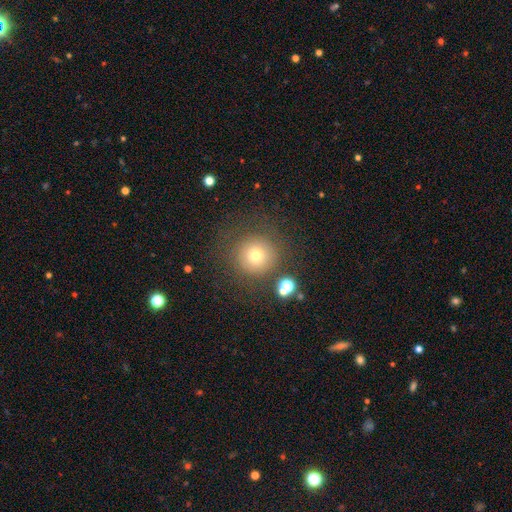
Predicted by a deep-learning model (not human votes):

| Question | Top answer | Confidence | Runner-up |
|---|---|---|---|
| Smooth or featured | smooth | 72% | star or artifact (16%) |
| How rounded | round | 94% | in between (5%) |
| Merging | none | 80% | minor disturbance (10%) |